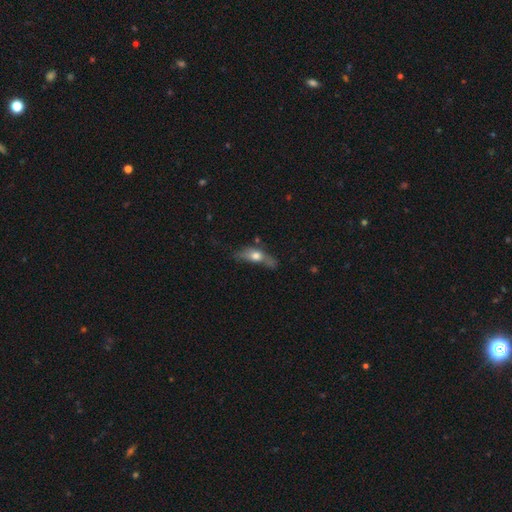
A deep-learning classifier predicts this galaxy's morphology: Smooth or featured: smooth — 58% (featured or disk — 34%)
How rounded: in between — 52% (cigar-shaped — 41%)
Merging: none — 40% (minor disturbance — 29%)